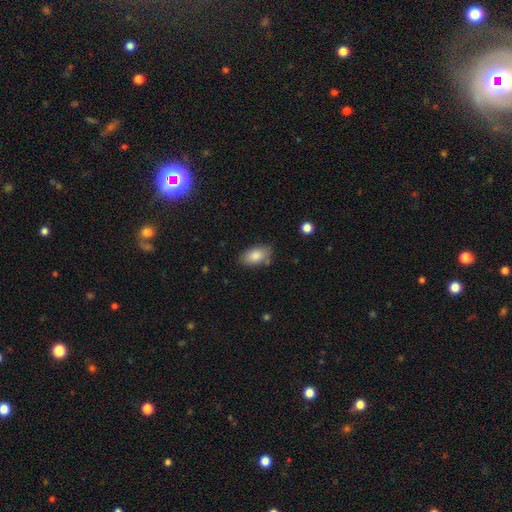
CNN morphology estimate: Smooth or featured? Predicted: smooth (p=0.84). How rounded? Predicted: in between (p=0.92). Merging? Predicted: none (p=0.75).